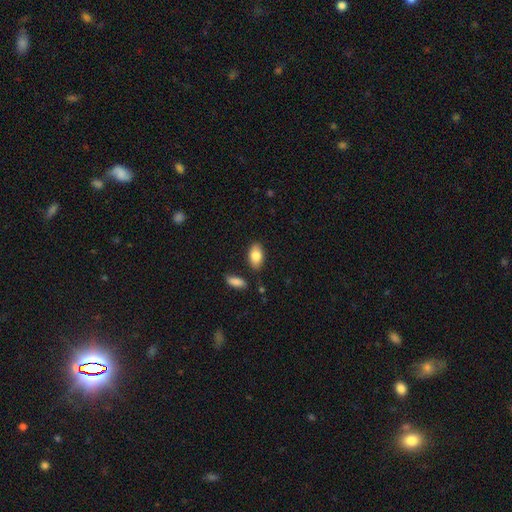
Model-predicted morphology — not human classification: This appears to be a smooth galaxy with no disk features (83%) that is in between round and cigar-shaped (93%). Merging: none (82%).